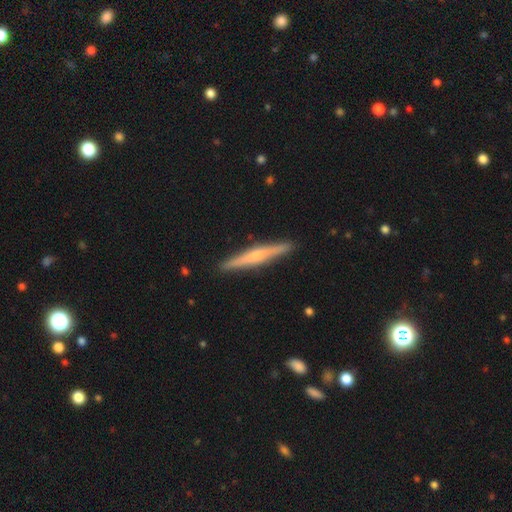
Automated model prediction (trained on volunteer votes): Smooth or featured? Predicted: featured or disk (p=0.59). Edge-on disk? Predicted: yes (p=0.98). Edge-on bulge? Predicted: rounded (p=0.65). Merging? Predicted: none (p=0.91).